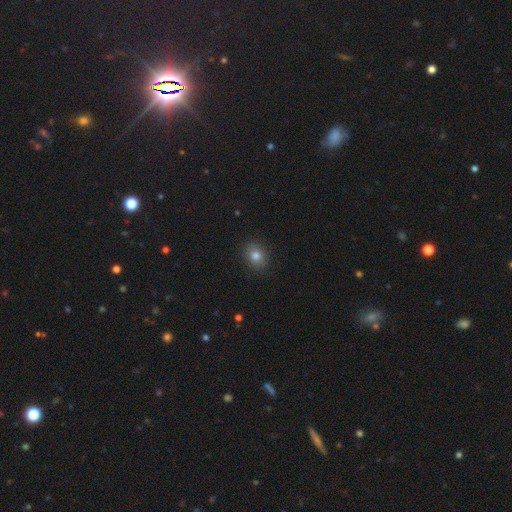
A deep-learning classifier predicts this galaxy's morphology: The model was most divided on "how rounded": round: 55%, in between: 45%, cigar-shaped: 1%. More confident: merging — none (88%); smooth or featured — smooth (81%).